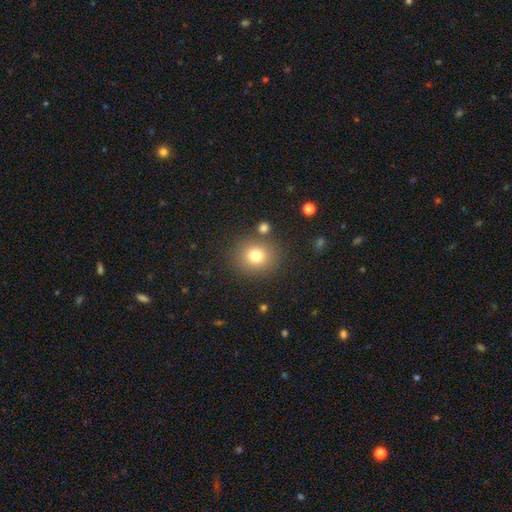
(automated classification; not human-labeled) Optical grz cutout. It shows a smooth galaxy with no disk features (77%) that is round (81%). Merging: none (82%).